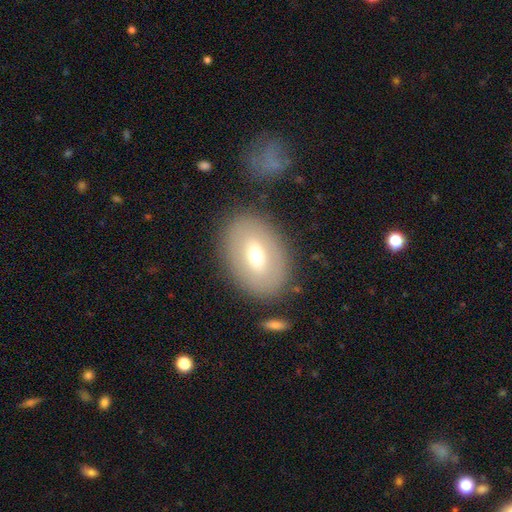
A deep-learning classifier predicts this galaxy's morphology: Smooth or featured? Predicted: smooth (p=0.57). How rounded? Predicted: in between (p=0.87). Merging? Predicted: none (p=0.82).